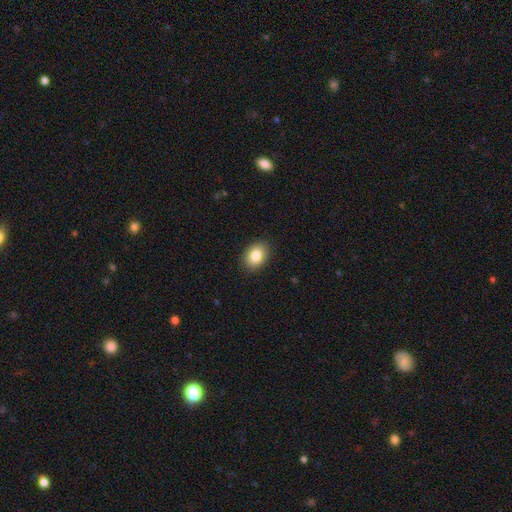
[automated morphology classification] smooth-or-featured: smooth: 84% | featured or disk: 8% | star or artifact: 8%
  how-rounded: in between: 74% | round: 24% | cigar-shaped: 1%
  merging: none: 89% | minor disturbance: 8% | major disturbance: 2% | merger: 1%